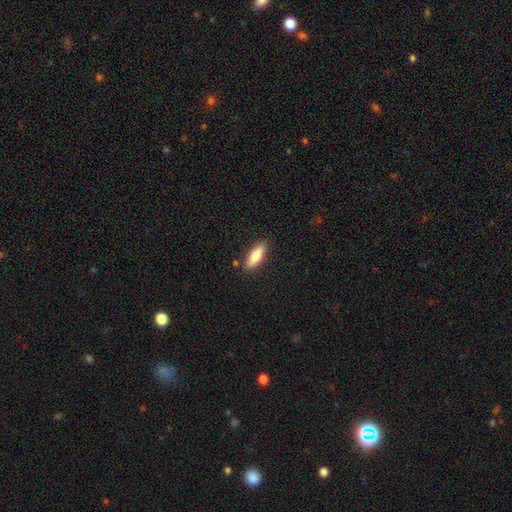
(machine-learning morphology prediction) A smooth galaxy with no disk features (80%) that is in between round and cigar-shaped (58%). Merging: none (86%).